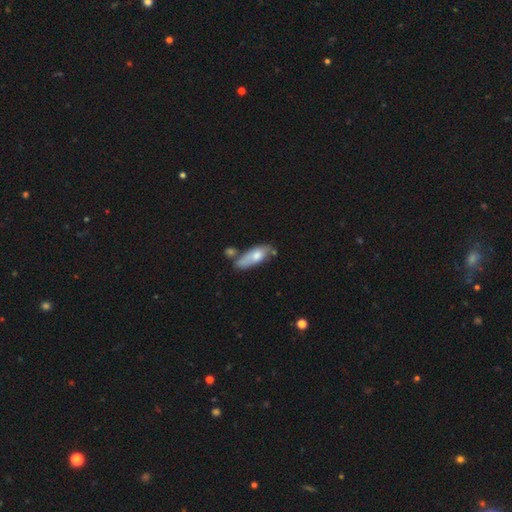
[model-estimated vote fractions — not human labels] A smooth galaxy with no disk features (65%) that is in between round and cigar-shaped (71%). Merging: none (48%).